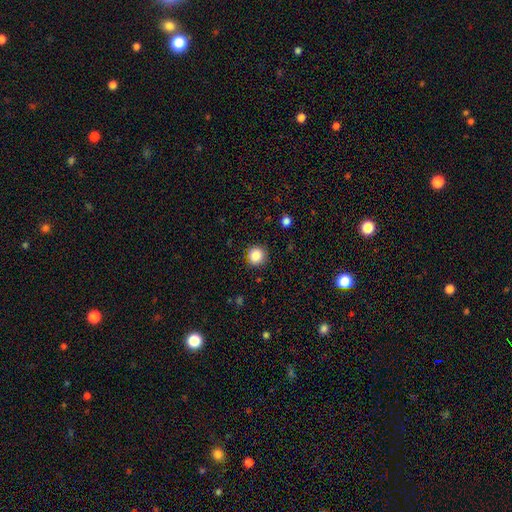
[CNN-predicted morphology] A smooth galaxy with no disk features (86%) that is round (93%). Merging: none (91%).